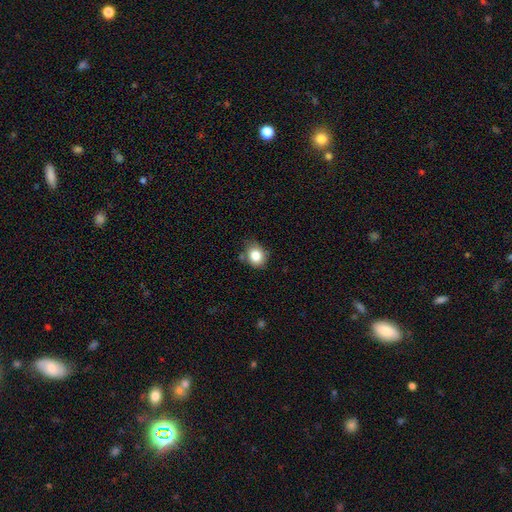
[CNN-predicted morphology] Smooth or featured?
  - smooth: 83% *
  - star or artifact: 10%
  - featured or disk: 7%
How rounded?
  - round: 58% *
  - in between: 41%
  - cigar-shaped: 1%
Merging?
  - none: 69% *
  - minor disturbance: 22%
  - merger: 5%
  - major disturbance: 4%